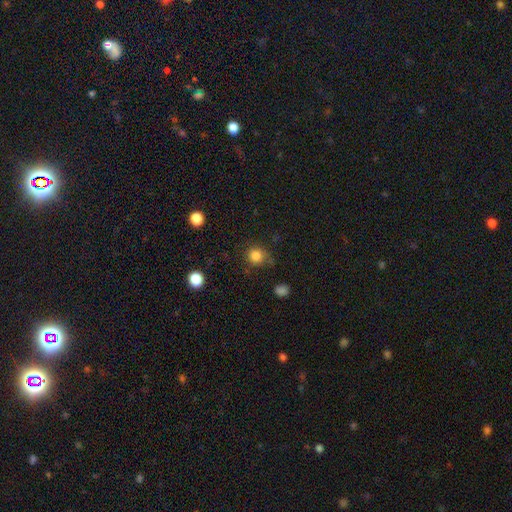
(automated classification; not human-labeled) smooth_or_featured: smooth (p=0.83) [alt: star or artifact p=0.13]
how_rounded: round (p=0.89) [alt: in between p=0.10]
merging: none (p=0.77) [alt: minor disturbance p=0.15]